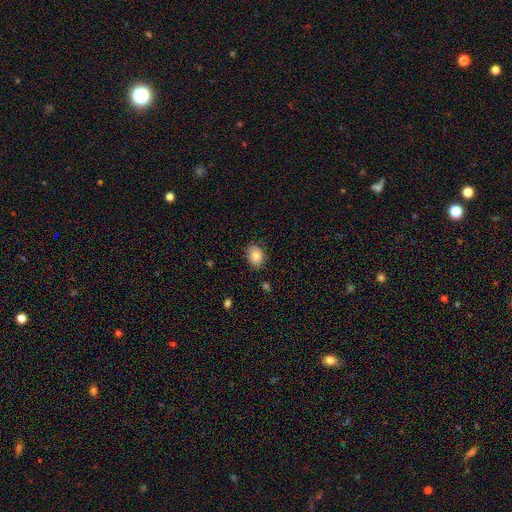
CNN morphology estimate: A smooth galaxy with no disk features (82%) that is in between round and cigar-shaped (55%). Merging: none (81%).